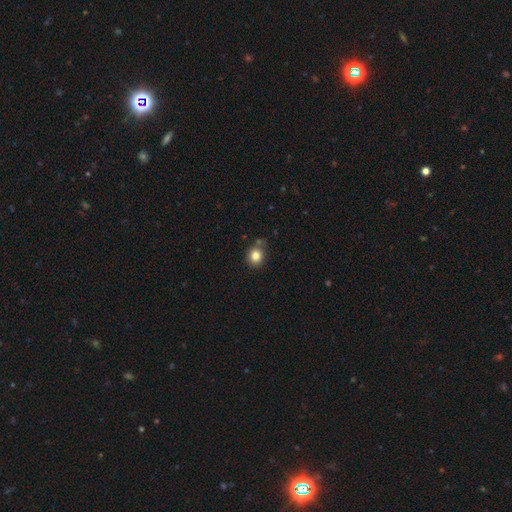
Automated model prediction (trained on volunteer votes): Smooth or featured? smooth (83%)
How rounded? round (76%)
Merging? none (73%)